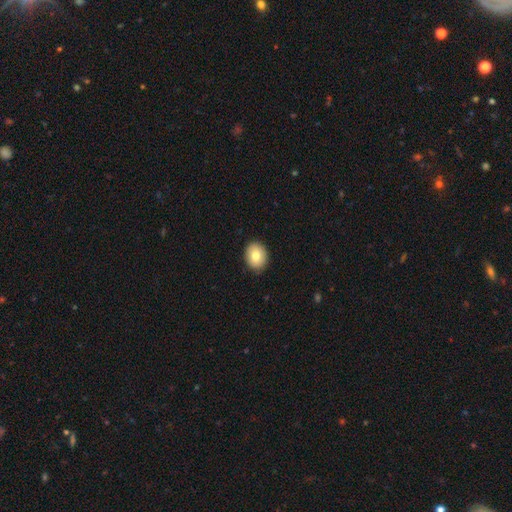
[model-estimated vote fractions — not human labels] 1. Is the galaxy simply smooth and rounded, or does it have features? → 79% smooth, 13% featured or disk, 8% star or artifact.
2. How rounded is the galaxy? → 50% in between, 49% round, 1% cigar-shaped.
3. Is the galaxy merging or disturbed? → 89% none, 8% minor disturbance, 2% major disturbance, 1% merger.